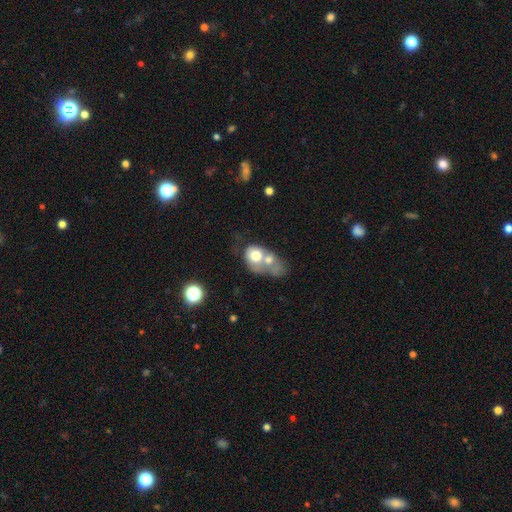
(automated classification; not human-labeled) The model was most divided on "how rounded": in between: 54%, round: 45%, cigar-shaped: 1%. More confident: merging — merger (69%); smooth or featured — smooth (63%).